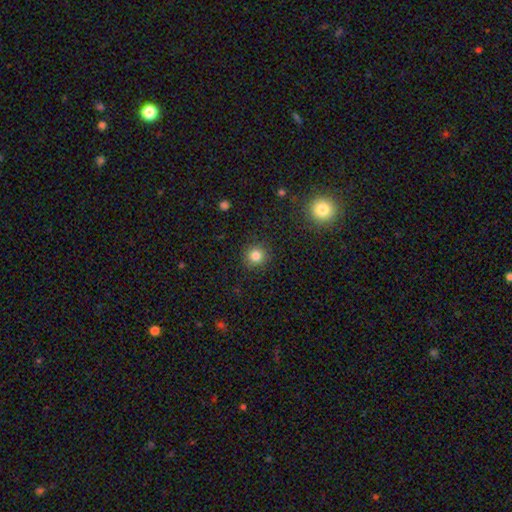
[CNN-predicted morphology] The model was most divided on "smooth or featured": smooth: 82%, star or artifact: 12%, featured or disk: 5%. More confident: how rounded — round (92%); merging — none (90%).